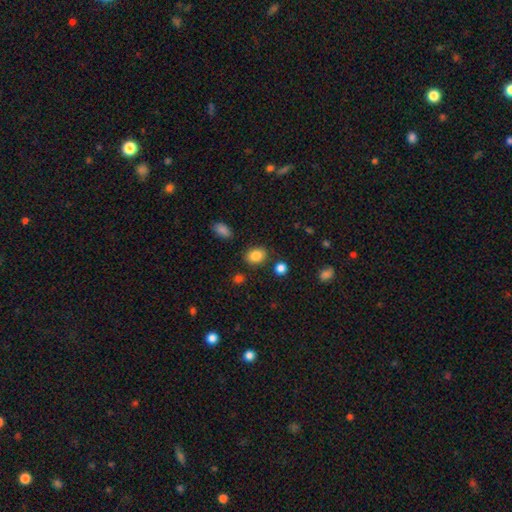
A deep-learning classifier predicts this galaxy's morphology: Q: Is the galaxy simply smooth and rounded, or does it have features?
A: smooth — 85%.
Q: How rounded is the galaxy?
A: in between — 65%.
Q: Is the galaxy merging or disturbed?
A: none — 82%.